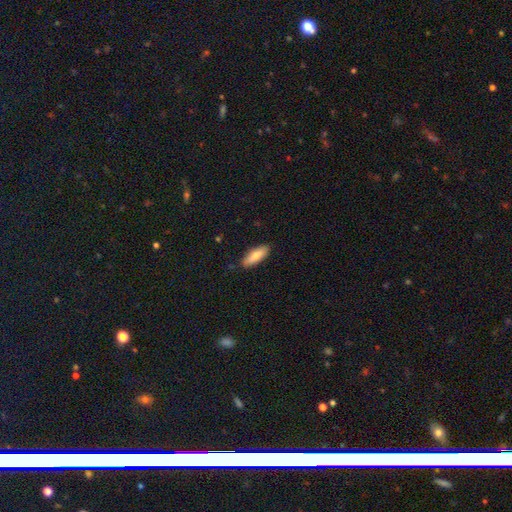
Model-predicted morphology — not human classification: type=smooth (75%); roundness=in between (61%); merging=none (87%).